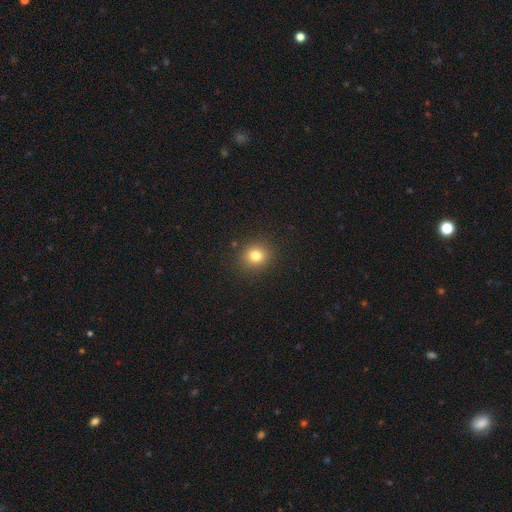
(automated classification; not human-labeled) smooth-or-featured: smooth: 80% | star or artifact: 13% | featured or disk: 7%
  how-rounded: round: 82% | in between: 17% | cigar-shaped: 1%
  merging: none: 90% | minor disturbance: 7% | major disturbance: 2% | merger: 1%